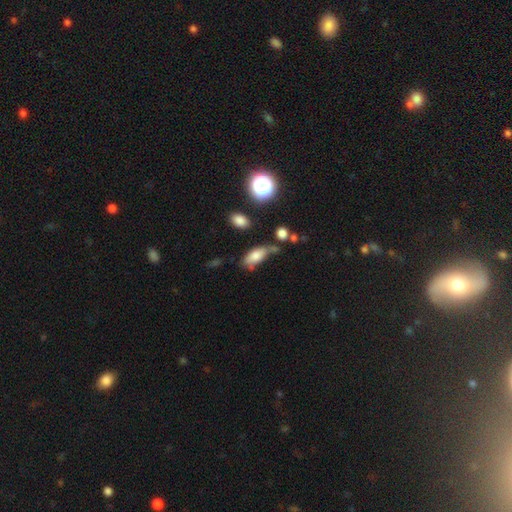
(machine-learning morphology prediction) smooth-or-featured: smooth: 75% | featured or disk: 15% | star or artifact: 11%
  how-rounded: in between: 84% | cigar-shaped: 11% | round: 4%
  merging: none: 38% | minor disturbance: 32% | major disturbance: 17% | merger: 13%